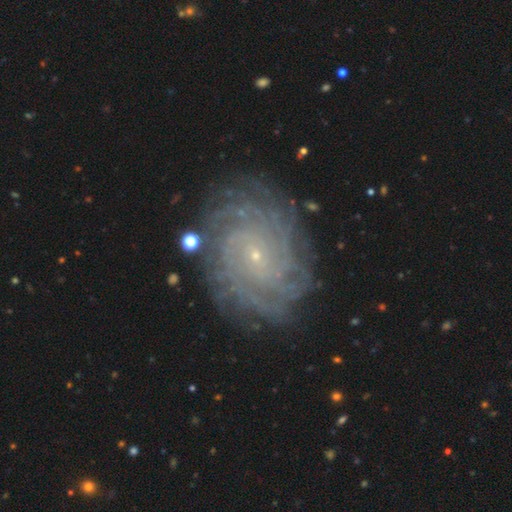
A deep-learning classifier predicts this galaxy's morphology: type=featured or disk (87%); edge-on=no (97%); bar=no (73%); spiral arms=yes (98%); winding=tight (82%); arm count=more than 4 (33%); bulge=small (90%); merging=none (84%).